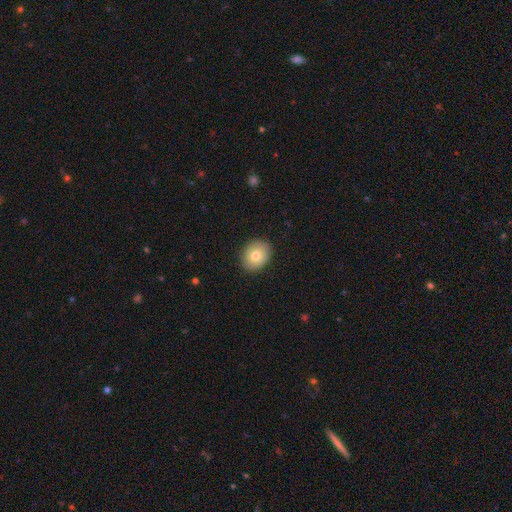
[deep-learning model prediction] A smooth galaxy with no disk features (77%) that is round (52%). Merging: none (88%).